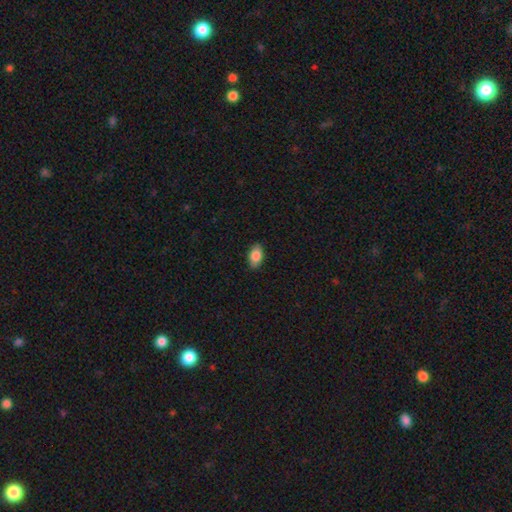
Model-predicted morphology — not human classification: This appears to be a smooth galaxy with no disk features (84%) that is in between round and cigar-shaped (91%). Merging: none (88%).